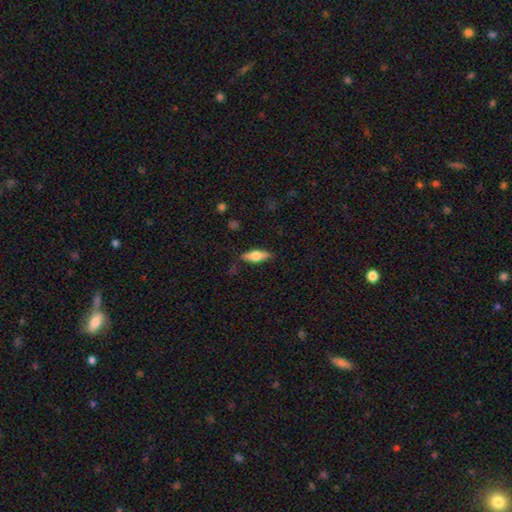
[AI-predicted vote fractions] Morphology: type=smooth (54%); roundness=in between (61%); merging=none (82%).